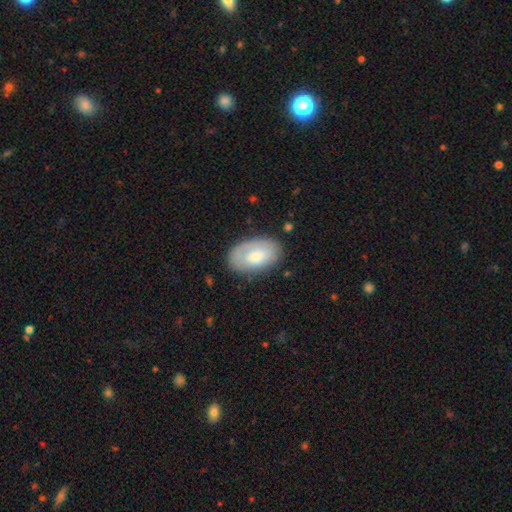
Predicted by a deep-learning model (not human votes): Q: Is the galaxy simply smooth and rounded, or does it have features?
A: smooth — 65%.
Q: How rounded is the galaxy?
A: in between — 93%.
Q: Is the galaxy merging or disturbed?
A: none — 75%.